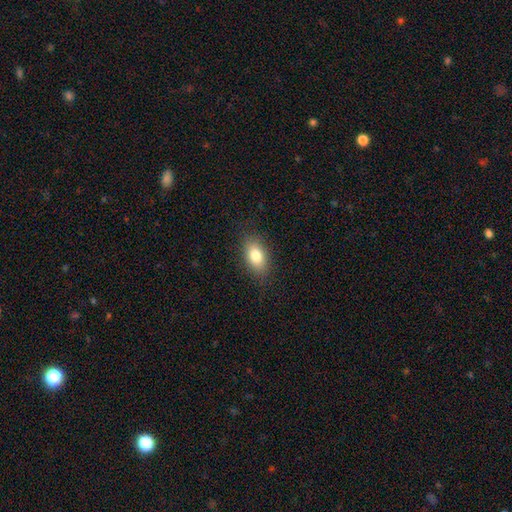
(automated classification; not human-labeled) Smooth or featured? smooth (81%)
How rounded? in between (88%)
Merging? none (85%)